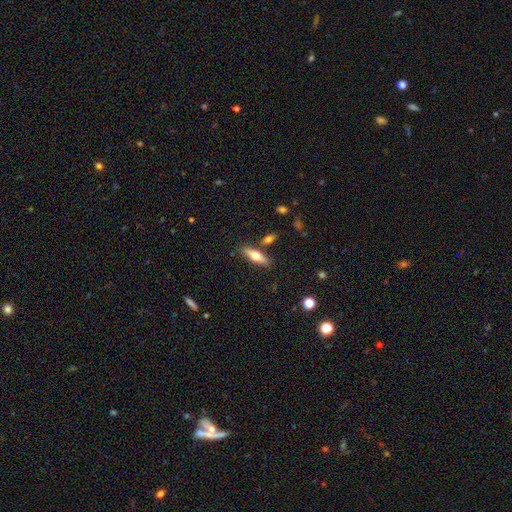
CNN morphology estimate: Q: Smooth or featured?
A: smooth (52%); runner-up: featured or disk (42%)
Q: How rounded?
A: cigar-shaped (54%); runner-up: in between (43%)
Q: Merging?
A: none (79%); runner-up: minor disturbance (11%)